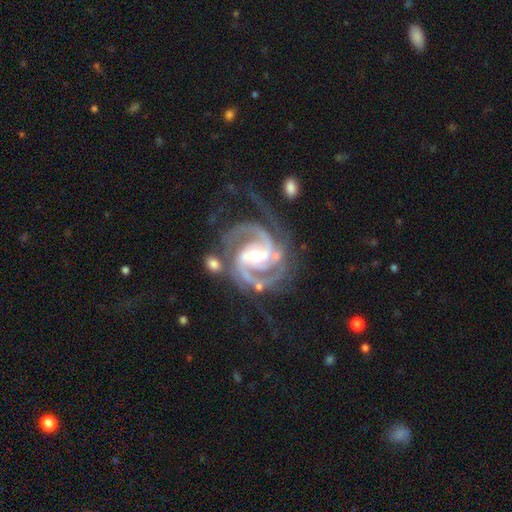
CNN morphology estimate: Q: Smooth or featured?
A: featured or disk (94%); runner-up: star or artifact (4%)
Q: Edge-on disk?
A: no (98%); runner-up: yes (2%)
Q: Bar?
A: weak (39%); runner-up: strong (35%)
Q: Spiral arms?
A: yes (99%); runner-up: no (1%)
Q: Spiral winding?
A: tight (50%); runner-up: medium (45%)
Q: Spiral arm count?
A: 2 (53%); runner-up: 3 (29%)
Q: Bulge size?
A: moderate (57%); runner-up: small (36%)
Q: Merging?
A: none (61%); runner-up: minor disturbance (19%)